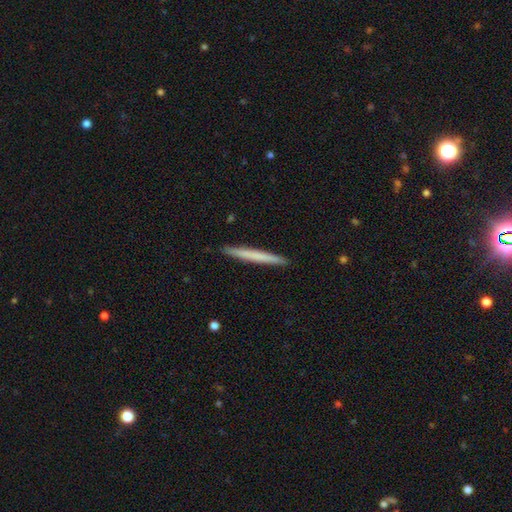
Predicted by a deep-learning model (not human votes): A smooth galaxy with no disk features (62%) that is cigar-shaped (97%). Merging: none (93%).